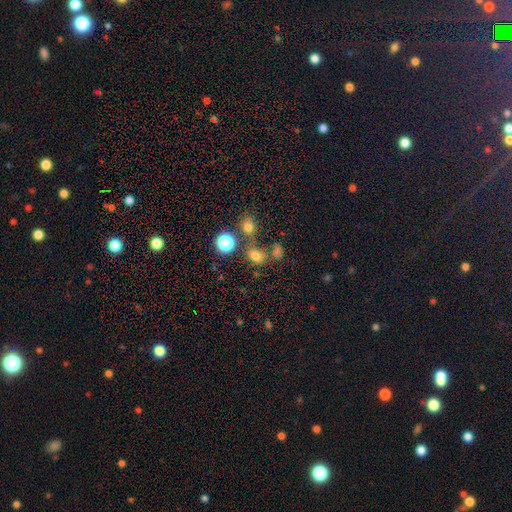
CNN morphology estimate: Q: Smooth or featured?
A: smooth (70%); runner-up: star or artifact (22%)
Q: How rounded?
A: round (53%); runner-up: in between (46%)
Q: Merging?
A: none (63%); runner-up: merger (20%)